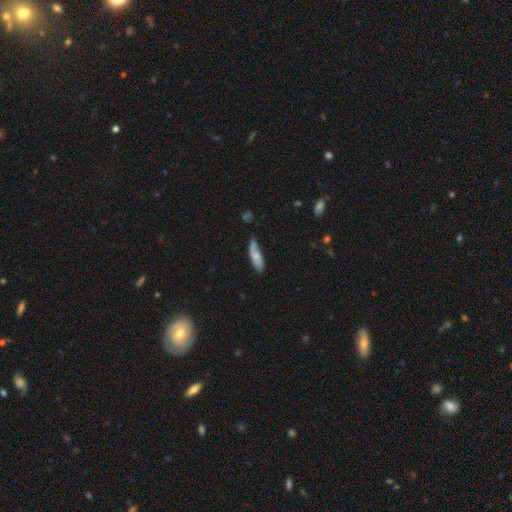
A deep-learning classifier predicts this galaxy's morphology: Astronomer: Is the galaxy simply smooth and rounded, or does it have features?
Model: smooth — 60%.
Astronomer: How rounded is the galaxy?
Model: in between — 51% (runner-up: cigar-shaped, 47%).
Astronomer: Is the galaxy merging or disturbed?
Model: none — 57%.